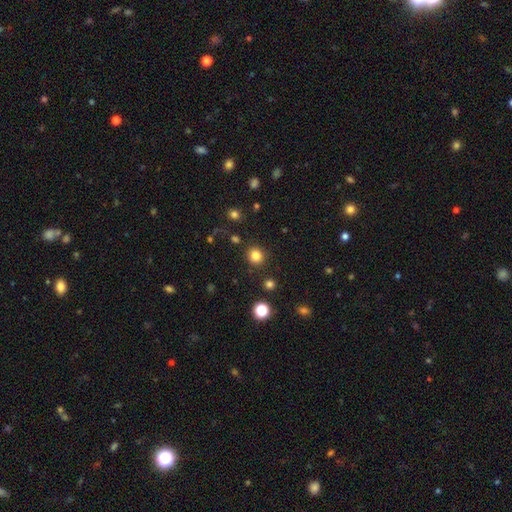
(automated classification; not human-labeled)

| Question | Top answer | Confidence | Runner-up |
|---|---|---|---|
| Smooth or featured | smooth | 82% | star or artifact (13%) |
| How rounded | round | 88% | in between (11%) |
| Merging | none | 88% | minor disturbance (7%) |